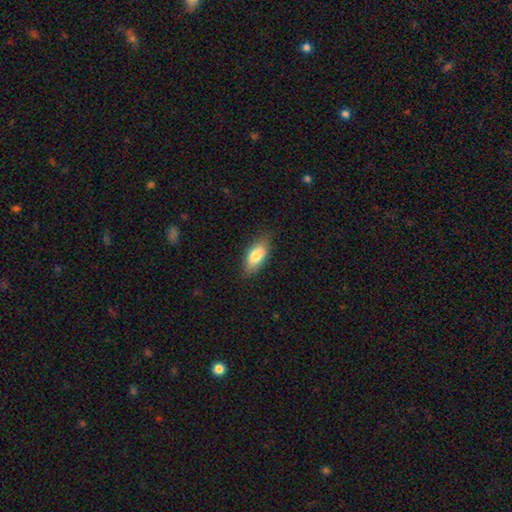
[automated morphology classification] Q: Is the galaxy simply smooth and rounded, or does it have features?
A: smooth — 76%.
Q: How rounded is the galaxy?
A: in between — 82%.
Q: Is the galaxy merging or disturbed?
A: none — 75%.